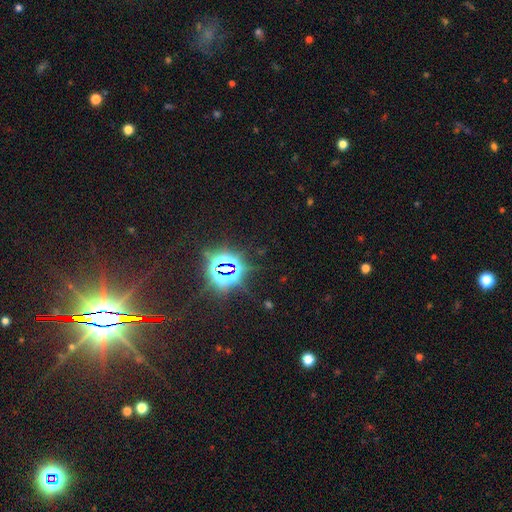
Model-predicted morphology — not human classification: Smooth or featured: star or artifact — 83% (featured or disk — 9%)